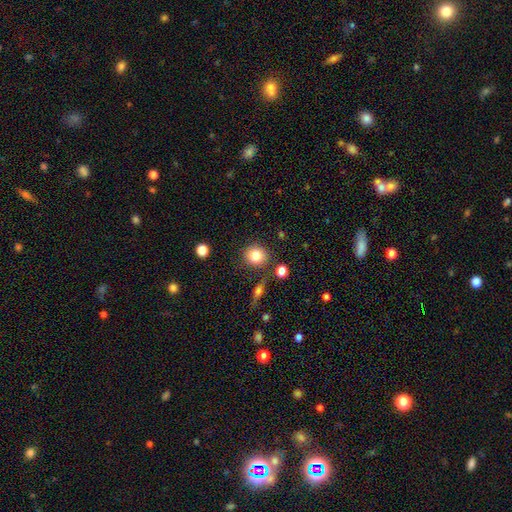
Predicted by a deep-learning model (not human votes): The model was most divided on "smooth or featured": smooth: 81%, star or artifact: 10%, featured or disk: 9%. More confident: how rounded — round (88%); merging — none (83%).